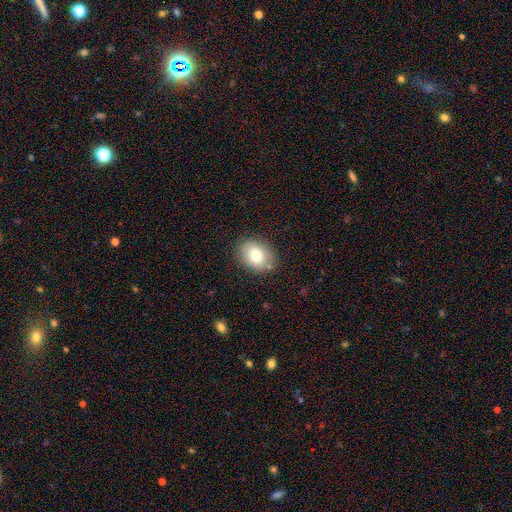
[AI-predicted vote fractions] Smooth or featured?
  - smooth: 78% *
  - featured or disk: 14%
  - star or artifact: 9%
How rounded?
  - in between: 60% *
  - round: 39%
  - cigar-shaped: 1%
Merging?
  - none: 81% *
  - minor disturbance: 13%
  - major disturbance: 3%
  - merger: 3%